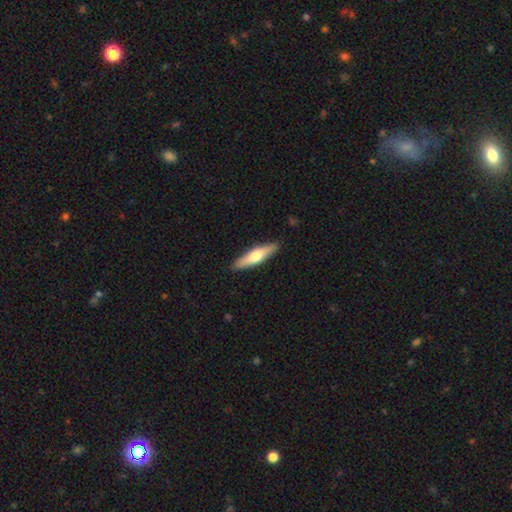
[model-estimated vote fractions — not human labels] This is possibly a smooth galaxy (54%). How rounded: likely cigar-shaped (75%). Merging: clearly none (89%).